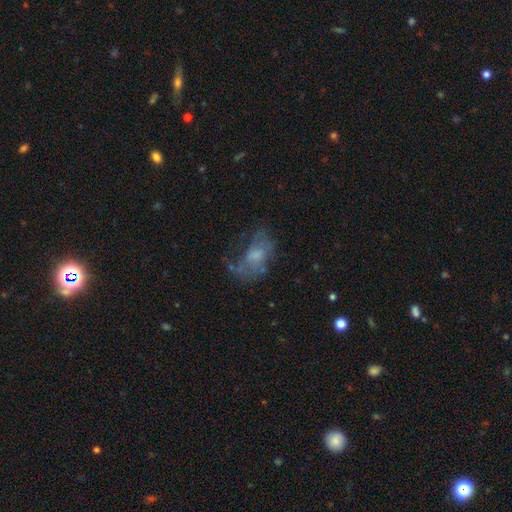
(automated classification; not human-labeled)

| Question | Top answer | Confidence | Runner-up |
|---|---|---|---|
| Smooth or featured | featured or disk | 47% | smooth (40%) |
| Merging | major disturbance | 37% | none (36%) |